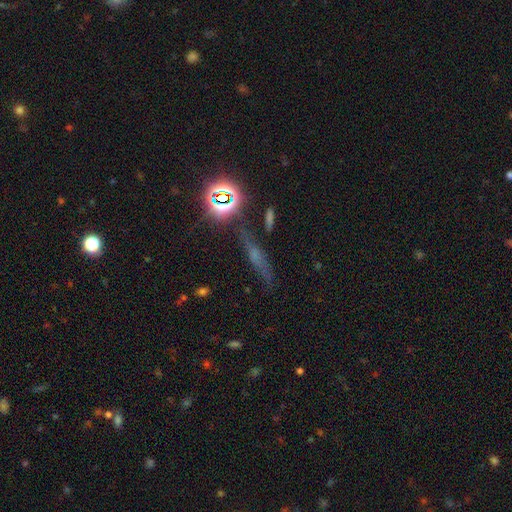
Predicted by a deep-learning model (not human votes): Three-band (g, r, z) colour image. It shows a star or artifact, not a galaxy (37%).